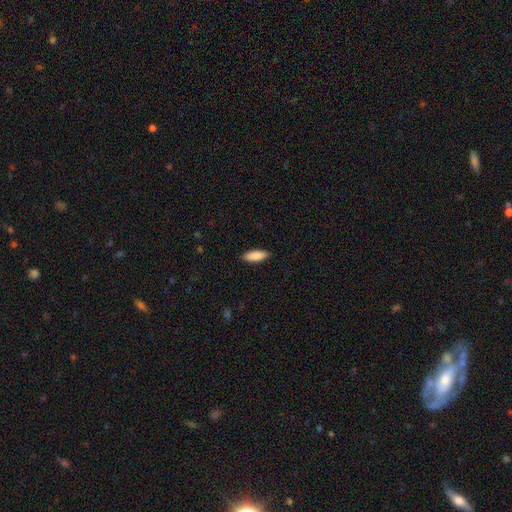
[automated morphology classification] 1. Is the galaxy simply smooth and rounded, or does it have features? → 87% smooth, 8% featured or disk, 6% star or artifact.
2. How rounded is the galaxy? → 63% in between, 36% cigar-shaped, 2% round.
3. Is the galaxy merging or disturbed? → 89% none, 8% minor disturbance, 2% major disturbance, 1% merger.